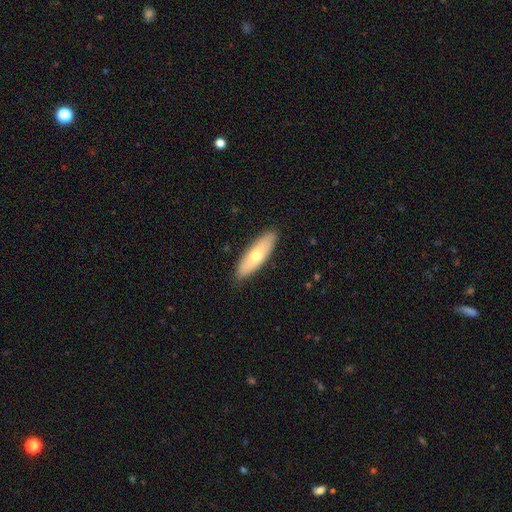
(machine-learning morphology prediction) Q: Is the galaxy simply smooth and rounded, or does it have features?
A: smooth — 64%.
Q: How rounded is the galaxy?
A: cigar-shaped — 49%, tied with in between.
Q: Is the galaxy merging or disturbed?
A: none — 88%.